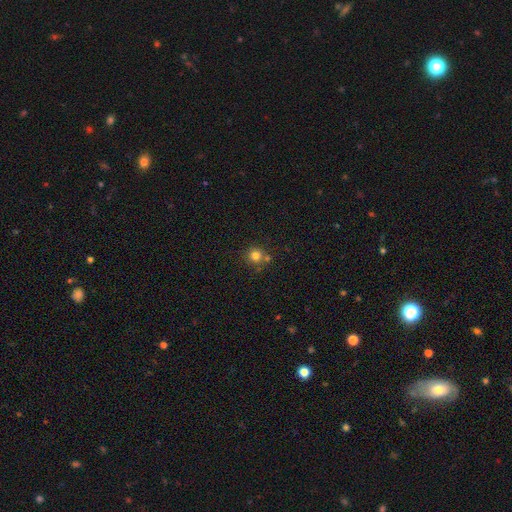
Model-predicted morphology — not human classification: smooth 80%, star or artifact 13%, featured or disk 7%. Down the decision tree: how rounded — round (92%); merging — none (70%).